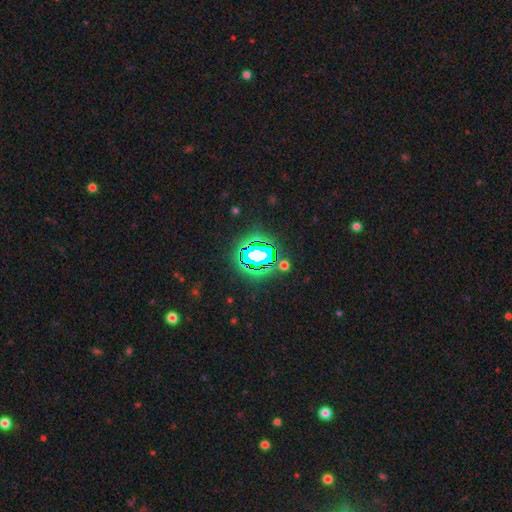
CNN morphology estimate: type=star or artifact (68%).